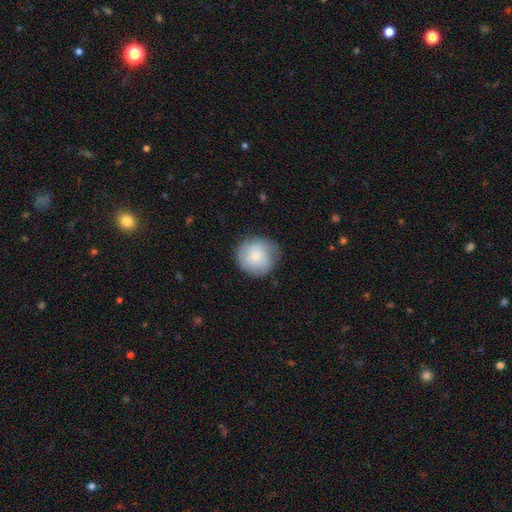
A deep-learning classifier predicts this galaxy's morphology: smooth_or_featured: smooth (p=0.71) [alt: featured or disk p=0.22]
how_rounded: round (p=0.90) [alt: in between p=0.09]
merging: none (p=0.70) [alt: minor disturbance p=0.23]